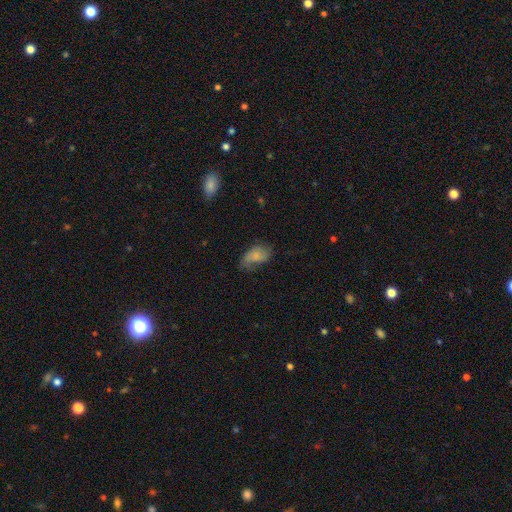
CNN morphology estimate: Smooth or featured? Predicted: smooth (p=0.67). How rounded? Predicted: in between (p=0.90). Merging? Predicted: none (p=0.43).